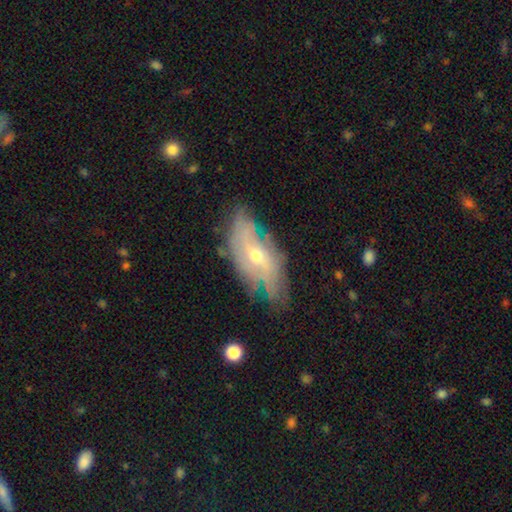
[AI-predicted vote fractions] Smooth or featured: featured or disk — 70% (smooth — 22%)
Edge-on disk: no — 82% (yes — 18%)
Bar: no — 66% (weak — 26%)
Spiral arms: yes — 67% (no — 33%)
Bulge size: moderate — 50% (small — 47%)
Merging: none — 60% (minor disturbance — 28%)